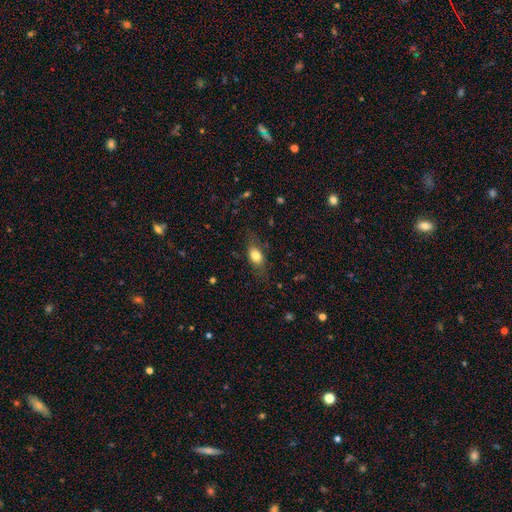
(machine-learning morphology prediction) type=smooth (76%); roundness=in between (81%); merging=none (71%).